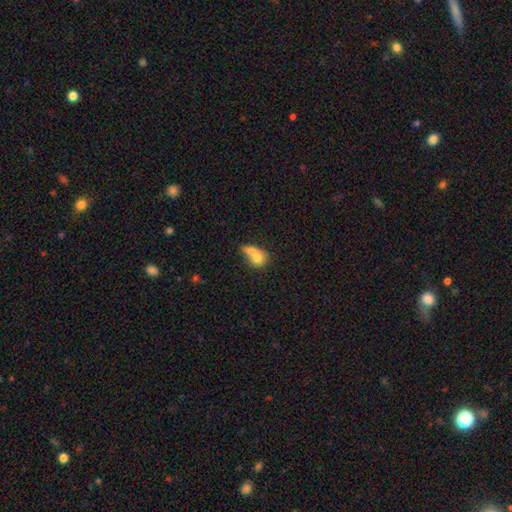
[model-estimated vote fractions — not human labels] This appears to be a smooth galaxy with no disk features (71%) that is round (56%). Merging: merger (65%).